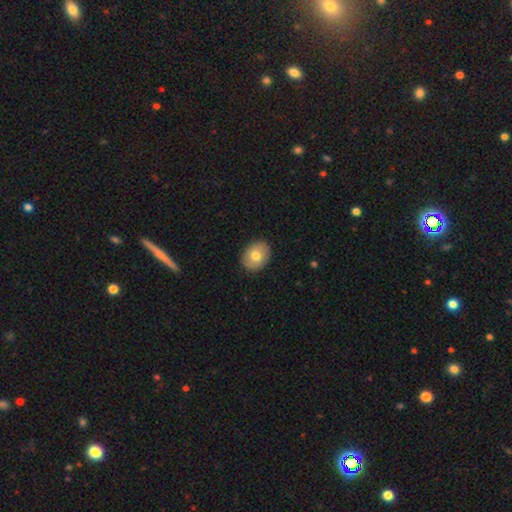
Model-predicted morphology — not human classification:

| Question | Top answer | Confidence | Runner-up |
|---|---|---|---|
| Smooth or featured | smooth | 73% | featured or disk (20%) |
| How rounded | in between | 56% | round (43%) |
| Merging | none | 89% | minor disturbance (8%) |